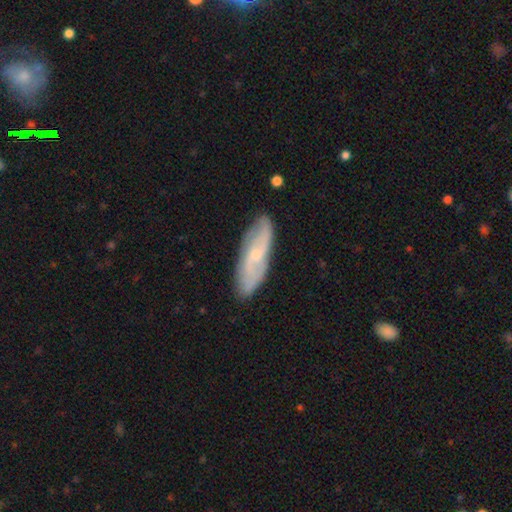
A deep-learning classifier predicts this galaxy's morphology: The model was most divided on "smooth or featured": featured or disk: 62%, smooth: 31%, star or artifact: 7%. More confident: merging — none (81%); edge-on disk — no (78%).